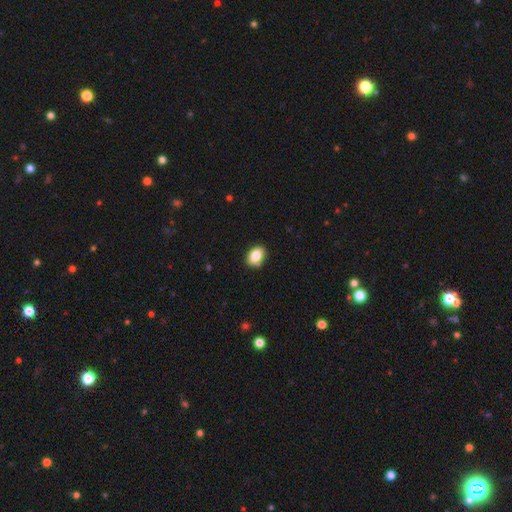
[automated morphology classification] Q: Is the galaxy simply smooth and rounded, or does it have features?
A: smooth — 84%.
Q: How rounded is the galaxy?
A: in between — 78%.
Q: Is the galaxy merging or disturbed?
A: none — 83%.